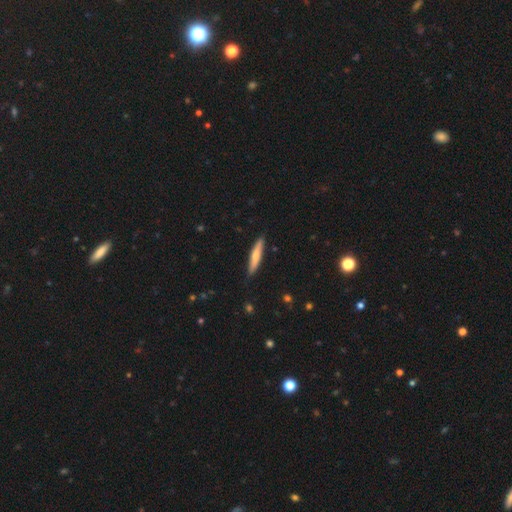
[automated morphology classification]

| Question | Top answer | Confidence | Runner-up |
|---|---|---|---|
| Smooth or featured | smooth | 64% | featured or disk (31%) |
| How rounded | cigar-shaped | 90% | in between (9%) |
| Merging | none | 86% | minor disturbance (11%) |